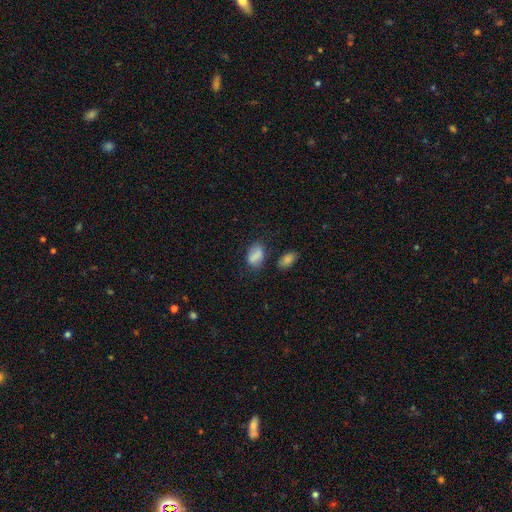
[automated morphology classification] Q: Smooth or featured?
A: smooth (80%); runner-up: featured or disk (10%)
Q: How rounded?
A: in between (85%); runner-up: round (11%)
Q: Merging?
A: none (64%); runner-up: minor disturbance (21%)